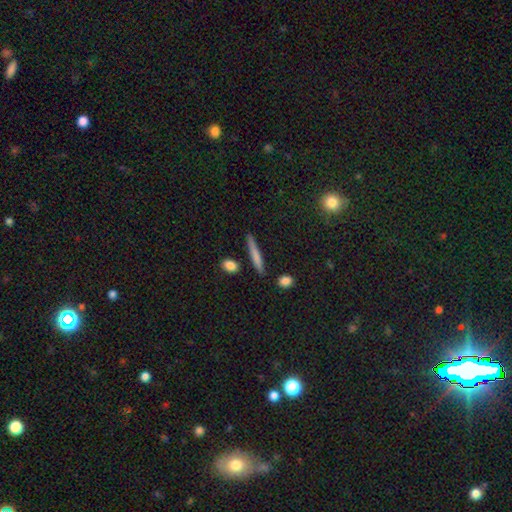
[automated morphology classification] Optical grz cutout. It shows a smooth galaxy with no disk features (74%) that is cigar-shaped (92%). Merging: none (84%).